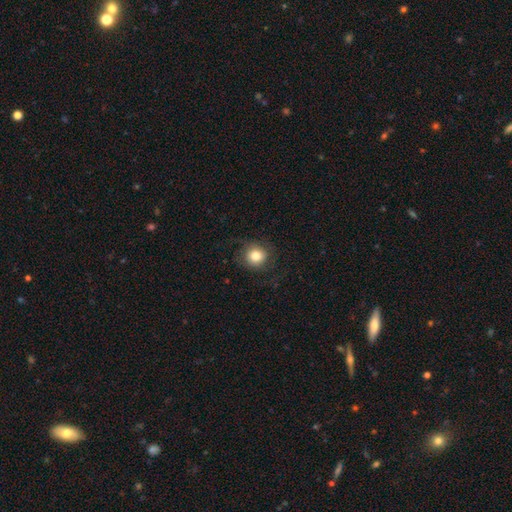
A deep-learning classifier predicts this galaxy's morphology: Overall: smooth (79%). How rounded: round (87%). Merging: none (78%).